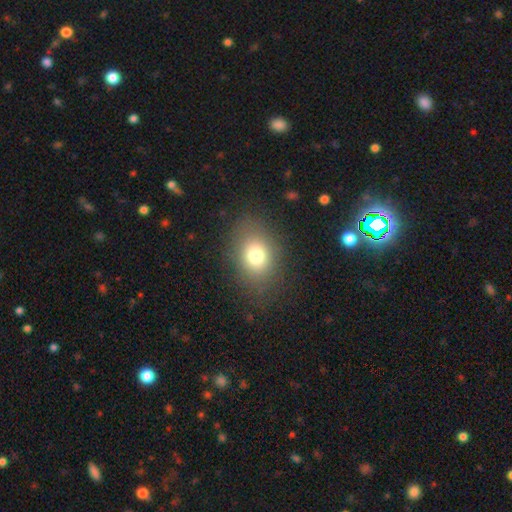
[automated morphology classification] smooth 74%, star or artifact 14%, featured or disk 12%. Down the decision tree: how rounded — in between (54%); merging — none (80%).